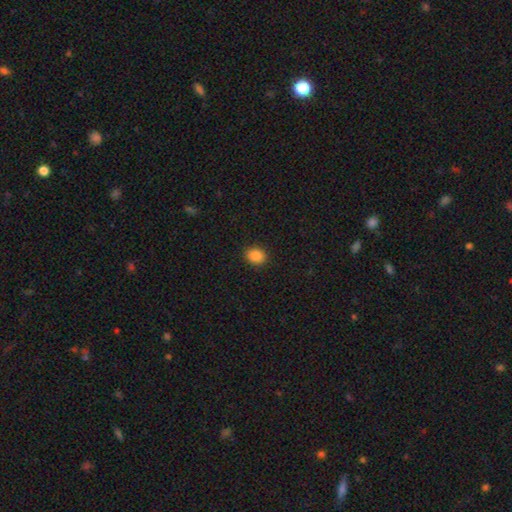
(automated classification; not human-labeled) smooth-or-featured: smooth: 87% | star or artifact: 10% | featured or disk: 4%
  how-rounded: round: 55% | in between: 44% | cigar-shaped: 1%
  merging: none: 90% | minor disturbance: 7% | major disturbance: 2% | merger: 1%